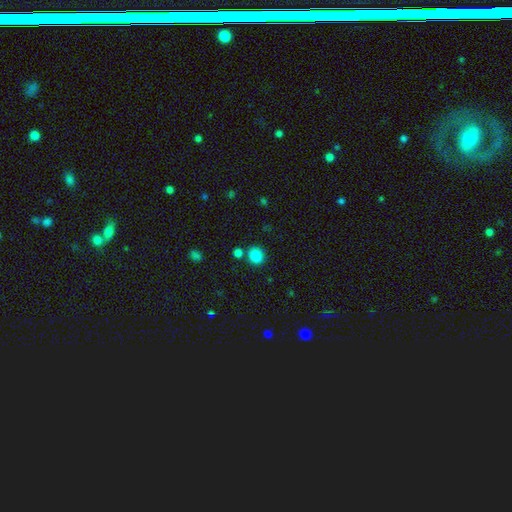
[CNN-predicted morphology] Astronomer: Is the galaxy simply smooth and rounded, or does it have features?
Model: smooth — 86%.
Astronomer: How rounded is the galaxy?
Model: round — 79%.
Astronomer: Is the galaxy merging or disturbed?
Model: none — 78%.